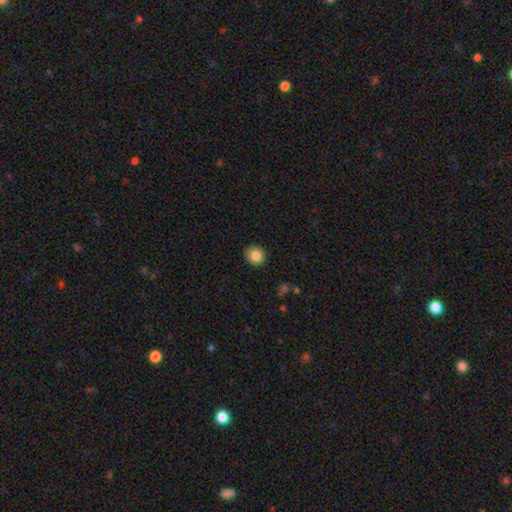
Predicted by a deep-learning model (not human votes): smooth-or-featured: smooth: 84% | star or artifact: 9% | featured or disk: 7%
  how-rounded: round: 82% | in between: 17% | cigar-shaped: 1%
  merging: none: 89% | minor disturbance: 8% | major disturbance: 2% | merger: 1%